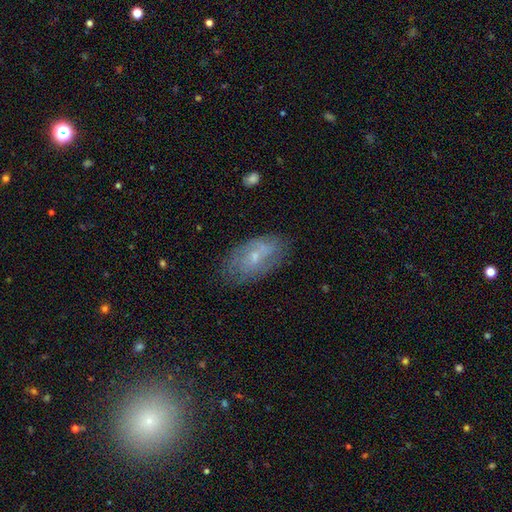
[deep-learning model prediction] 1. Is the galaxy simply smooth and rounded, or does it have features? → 55% featured or disk, 37% smooth, 8% star or artifact.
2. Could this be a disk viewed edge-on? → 92% no, 8% yes.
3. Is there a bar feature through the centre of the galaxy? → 64% no, 31% weak, 5% strong.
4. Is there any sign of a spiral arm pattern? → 62% yes, 38% no.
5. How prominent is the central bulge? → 64% small, 30% moderate, 4% none, 1% large, 1% dominant.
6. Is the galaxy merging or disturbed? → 70% none, 21% minor disturbance, 7% major disturbance, 2% merger.